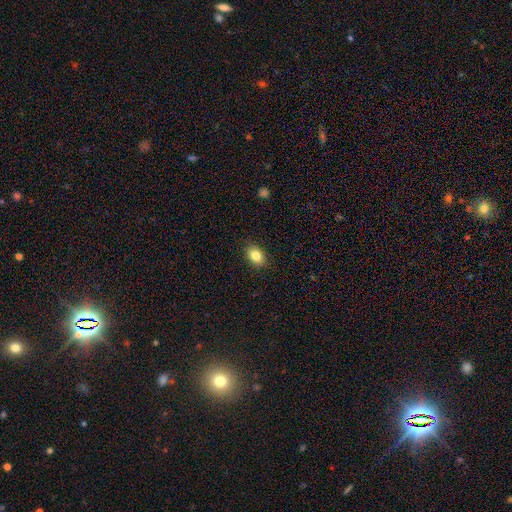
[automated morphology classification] Smooth or featured: smooth — 85% (star or artifact — 9%)
How rounded: in between — 78% (round — 21%)
Merging: none — 88% (minor disturbance — 9%)